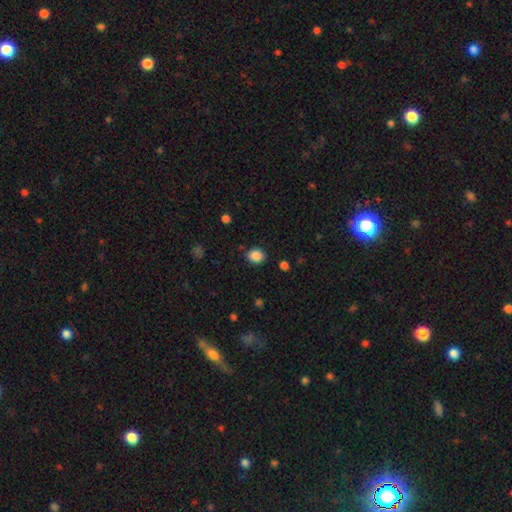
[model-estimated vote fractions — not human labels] Smooth or featured: smooth — 87% (star or artifact — 10%)
How rounded: round — 66% (in between — 33%)
Merging: none — 85% (minor disturbance — 10%)